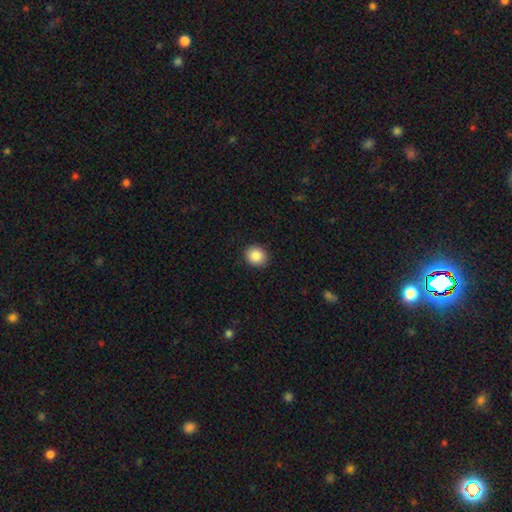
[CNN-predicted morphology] Smooth or featured? smooth (86%)
How rounded? round (80%)
Merging? none (91%)